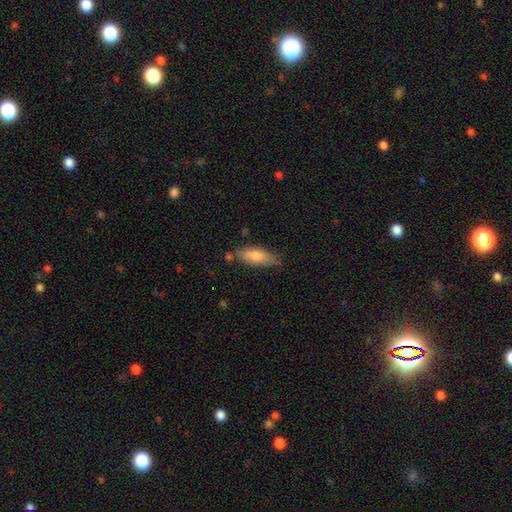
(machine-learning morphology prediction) Smooth or featured?
  - smooth: 69% *
  - featured or disk: 24%
  - star or artifact: 7%
How rounded?
  - in between: 68% *
  - cigar-shaped: 30%
  - round: 2%
Merging?
  - none: 71% *
  - minor disturbance: 21%
  - merger: 5%
  - major disturbance: 4%